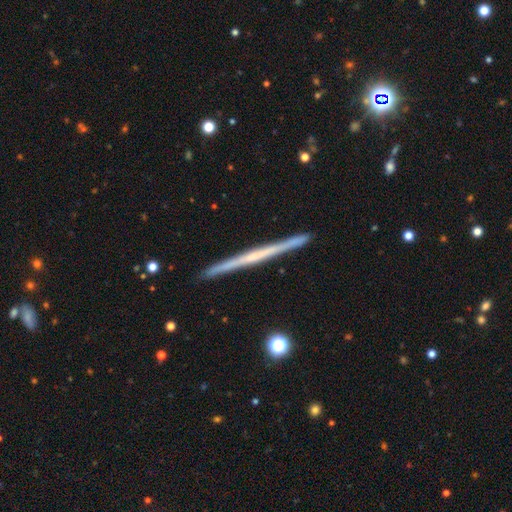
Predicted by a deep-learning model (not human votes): Smooth or featured? Predicted: featured or disk (p=0.68). Edge-on disk? Predicted: yes (p=0.98). Edge-on bulge? Predicted: none (p=0.81). Merging? Predicted: none (p=0.92).